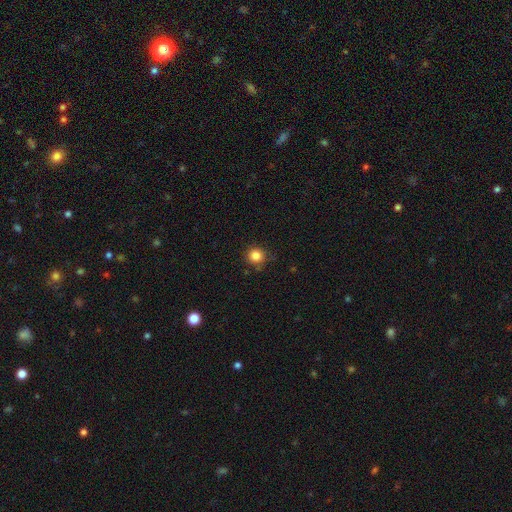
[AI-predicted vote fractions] Q: Smooth or featured?
A: smooth (84%); runner-up: star or artifact (11%)
Q: How rounded?
A: round (93%); runner-up: in between (6%)
Q: Merging?
A: none (83%); runner-up: minor disturbance (12%)